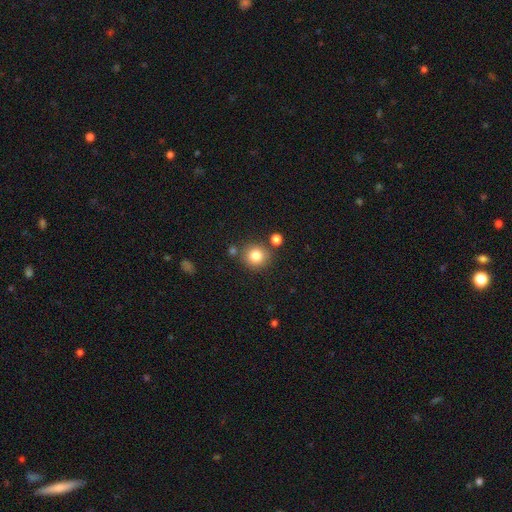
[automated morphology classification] smooth-or-featured: smooth: 82% | star or artifact: 11% | featured or disk: 7%
  how-rounded: round: 89% | in between: 10% | cigar-shaped: 1%
  merging: none: 79% | minor disturbance: 9% | merger: 8% | major disturbance: 3%